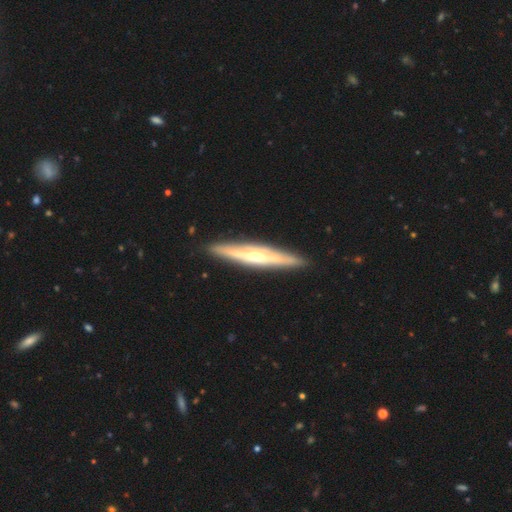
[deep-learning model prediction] Smooth or featured: featured or disk — 74% (smooth — 21%)
Edge-on disk: yes — 94% (no — 6%)
Edge-on bulge: rounded — 80% (none — 12%)
Merging: none — 90% (minor disturbance — 7%)